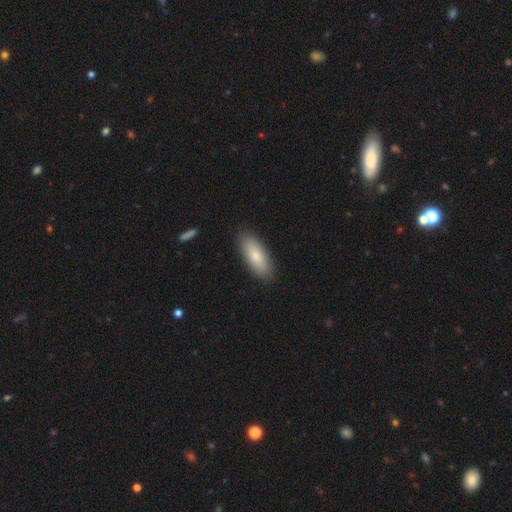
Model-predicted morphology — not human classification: Smooth or featured?
  - smooth: 81% *
  - featured or disk: 13%
  - star or artifact: 6%
How rounded?
  - in between: 75% *
  - cigar-shaped: 23%
  - round: 2%
Merging?
  - none: 88% *
  - minor disturbance: 9%
  - major disturbance: 2%
  - merger: 1%